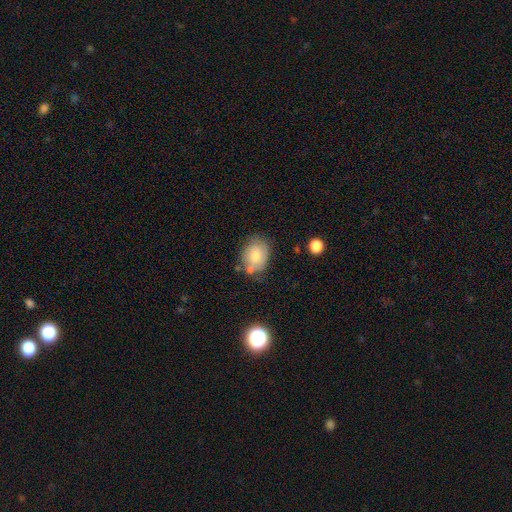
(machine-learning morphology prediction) type=smooth (73%); roundness=in between (62%); merging=none (60%).